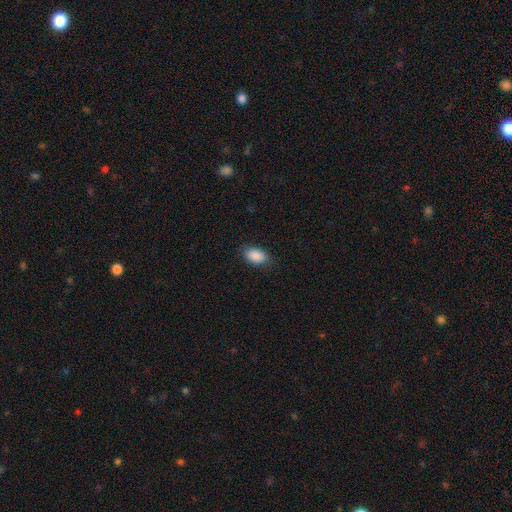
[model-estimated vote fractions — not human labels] The model was most divided on "merging": none: 83%, minor disturbance: 13%, major disturbance: 3%, merger: 1%. More confident: how rounded — in between (90%); smooth or featured — smooth (89%).